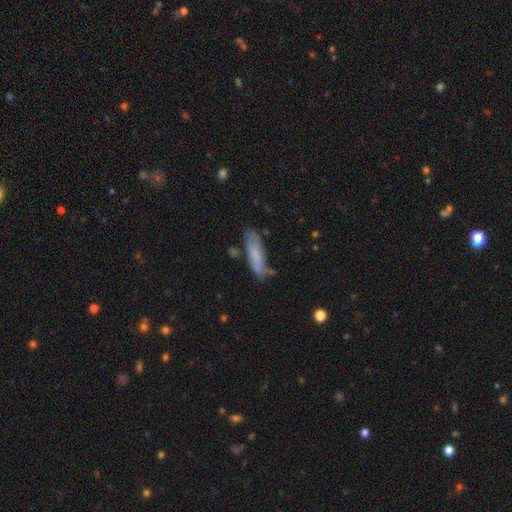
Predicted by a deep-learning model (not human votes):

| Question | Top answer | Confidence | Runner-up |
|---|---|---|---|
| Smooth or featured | smooth | 66% | featured or disk (26%) |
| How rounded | cigar-shaped | 65% | in between (33%) |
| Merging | none | 65% | minor disturbance (24%) |